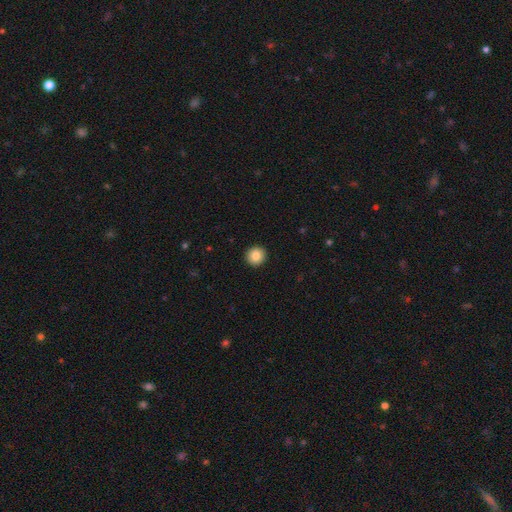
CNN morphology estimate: A smooth galaxy with no disk features (85%) that is round (95%).

Vote fractions:
- Smooth or featured? smooth: 85% / star or artifact: 9% / featured or disk: 6%
- How rounded? round: 95% / in between: 4% / cigar-shaped: 1%
- Merging? none: 94% / minor disturbance: 4% / major disturbance: 1% / merger: 1%